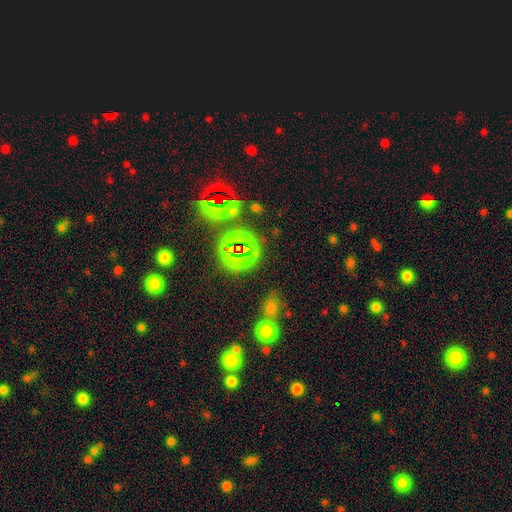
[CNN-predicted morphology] Smooth or featured?
  - star or artifact: 57% *
  - smooth: 23%
  - featured or disk: 20%